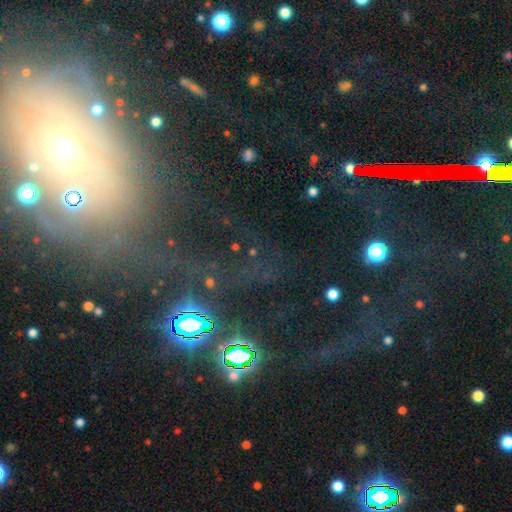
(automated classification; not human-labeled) Overall: star or artifact (66%).